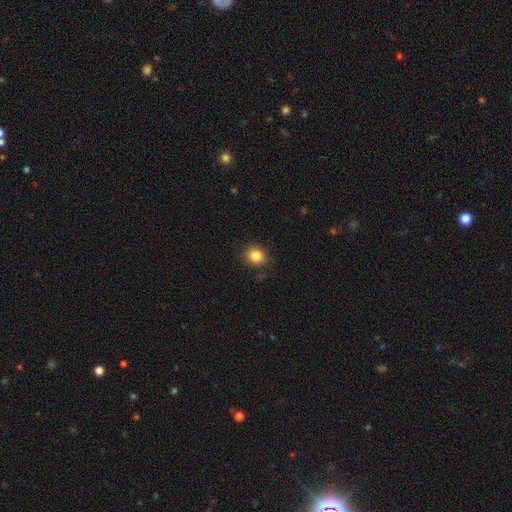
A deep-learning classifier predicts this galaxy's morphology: Smooth or featured? Predicted: smooth (p=0.85). How rounded? Predicted: round (p=0.78). Merging? Predicted: none (p=0.88).